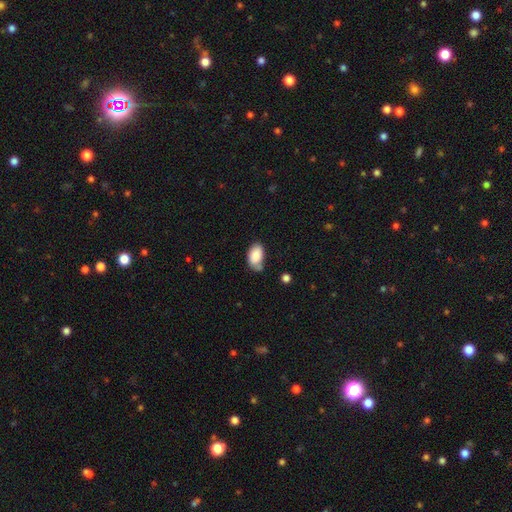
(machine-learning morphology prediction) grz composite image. It shows a smooth galaxy with no disk features (85%) that is in between round and cigar-shaped (93%). Merging: none (52%).